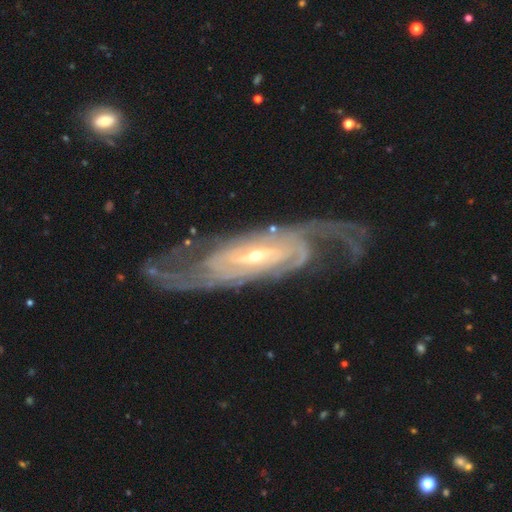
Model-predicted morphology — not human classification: This is clearly a featured or disk galaxy (90%). It is clearly not viewed edge-on (91%). Bar: marginally weak (35%). Spiral arm pattern: clearly yes (96%). Spiral arm count: possibly 2 (52%). Spiral winding: possibly tight (47%). Central bulge: likely small (69%). Merging: likely none (68%).